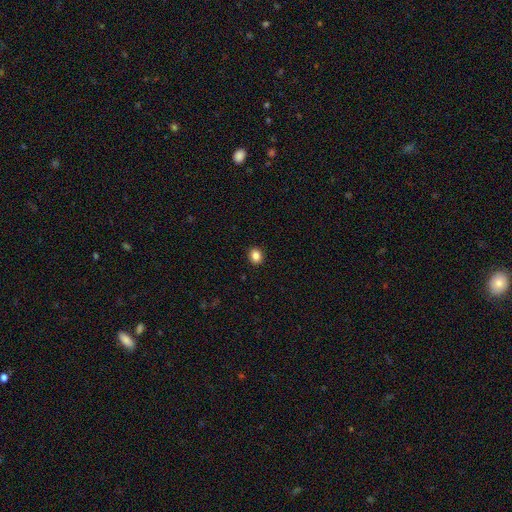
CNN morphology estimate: A smooth galaxy with no disk features (86%) that is round (63%). Merging: none (92%).